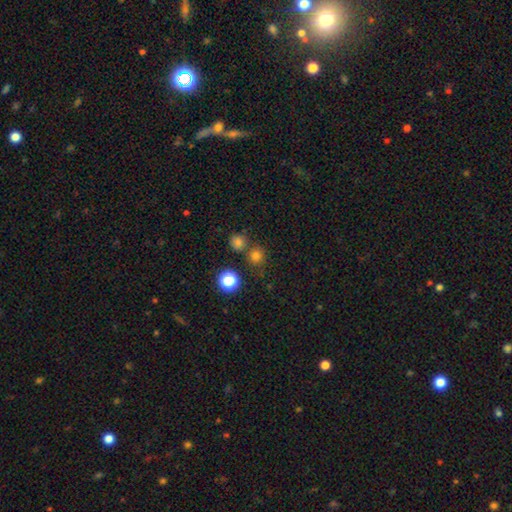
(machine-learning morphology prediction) smooth 72%, star or artifact 22%, featured or disk 6%. Down the decision tree: how rounded — round (91%); merging — none (73%).